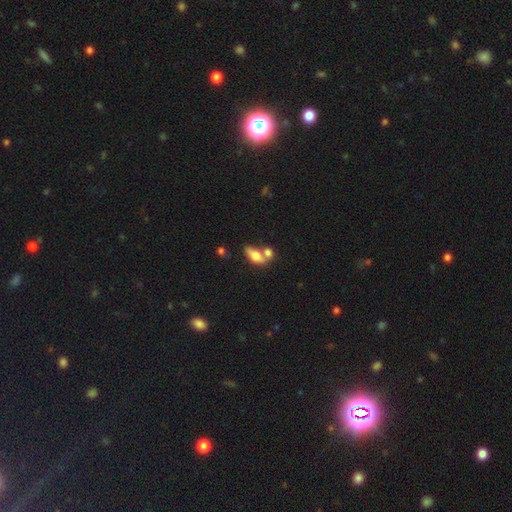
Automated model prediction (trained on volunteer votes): A smooth galaxy with no disk features (69%) that is in between round and cigar-shaped (83%).

Vote fractions:
- Smooth or featured? smooth: 69% / featured or disk: 23% / star or artifact: 8%
- How rounded? in between: 83% / cigar-shaped: 9% / round: 8%
- Merging? merger: 52% / none: 31% / minor disturbance: 11% / major disturbance: 6%